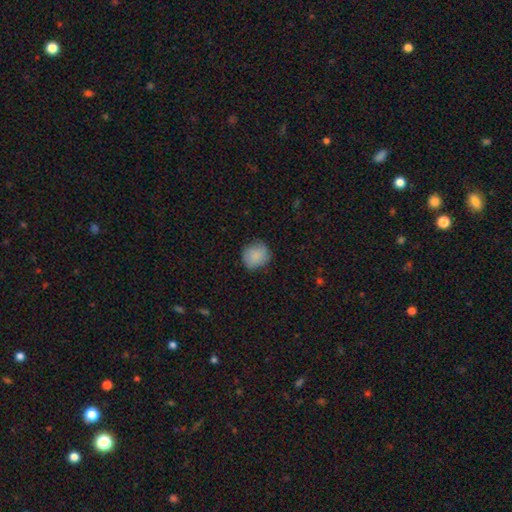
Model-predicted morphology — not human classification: Smooth or featured?
  - smooth: 86% *
  - star or artifact: 7%
  - featured or disk: 7%
How rounded?
  - round: 86% *
  - in between: 13%
  - cigar-shaped: 1%
Merging?
  - none: 79% *
  - minor disturbance: 17%
  - major disturbance: 4%
  - merger: 1%